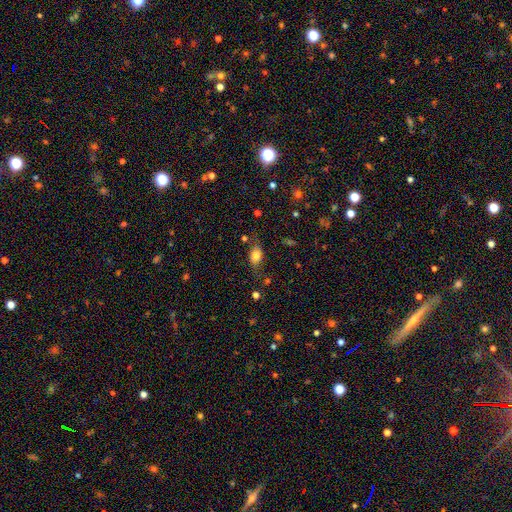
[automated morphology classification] type=smooth (76%); roundness=in between (82%); merging=none (66%).